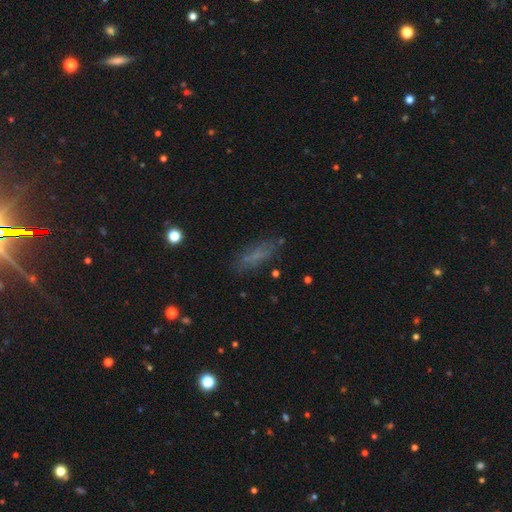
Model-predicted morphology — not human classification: type=smooth (60%); roundness=in between (51%); merging=none (72%).